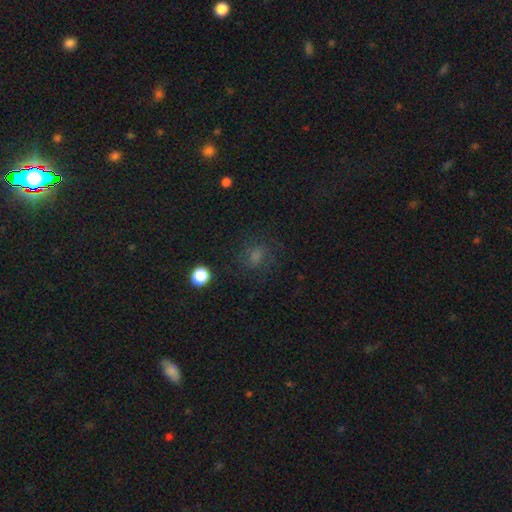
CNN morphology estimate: smooth 60%, star or artifact 23%, featured or disk 17%. Down the decision tree: how rounded — round (67%); merging — none (70%).